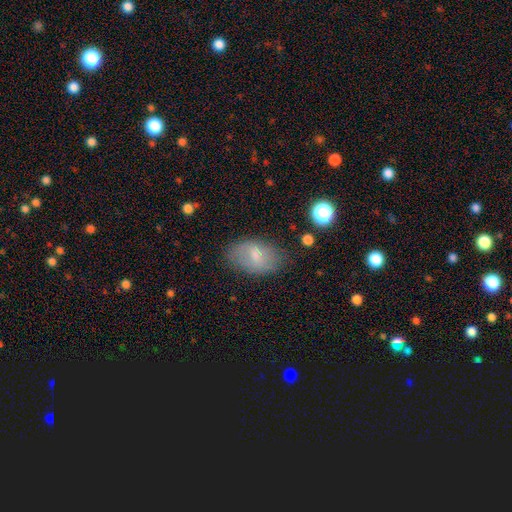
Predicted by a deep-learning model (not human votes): Overall: smooth (66%). How rounded: in between (90%). Merging: none (74%).